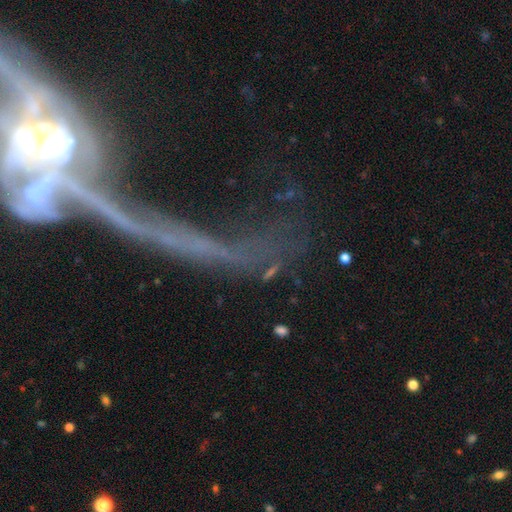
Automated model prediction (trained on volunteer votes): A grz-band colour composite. It shows a featured or disk galaxy (62%). Merging: major disturbance (34%).